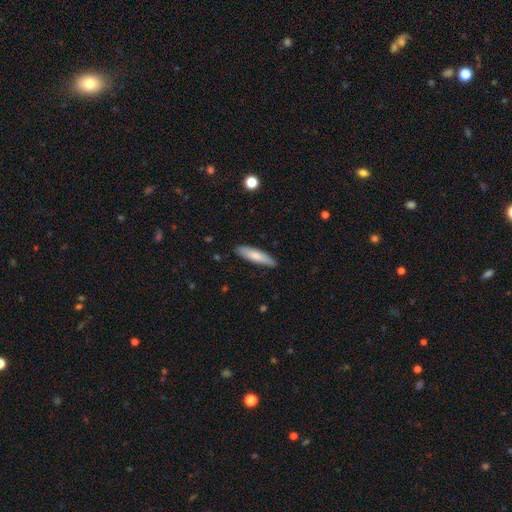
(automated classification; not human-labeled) Q: Smooth or featured?
A: smooth (76%); runner-up: featured or disk (18%)
Q: How rounded?
A: cigar-shaped (75%); runner-up: in between (24%)
Q: Merging?
A: none (85%); runner-up: minor disturbance (12%)